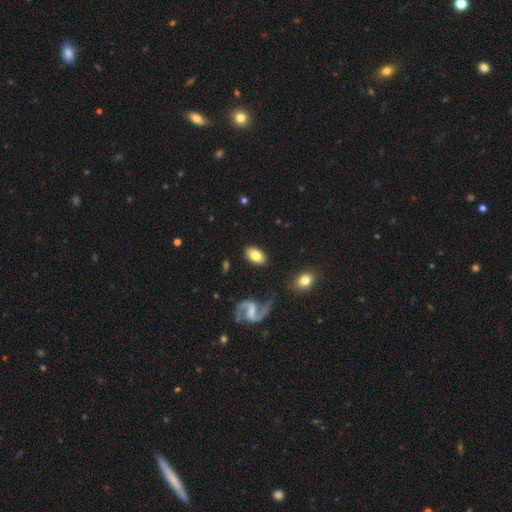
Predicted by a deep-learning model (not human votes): This is likely a smooth galaxy (68%). How rounded: clearly in between (90%). Merging: clearly none (84%).